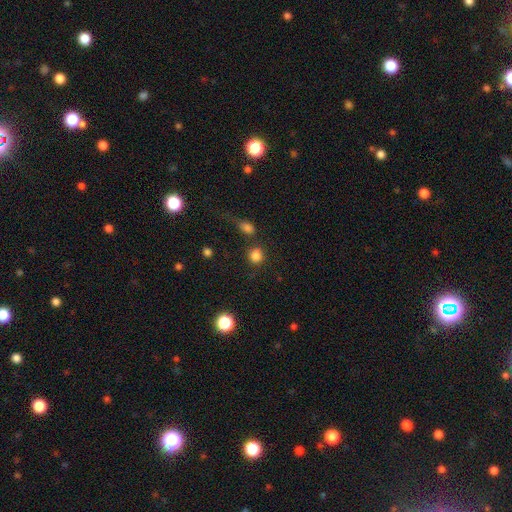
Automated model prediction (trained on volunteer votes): This appears to be a smooth galaxy with no disk features (82%) that is round (85%). Merging: none (72%).